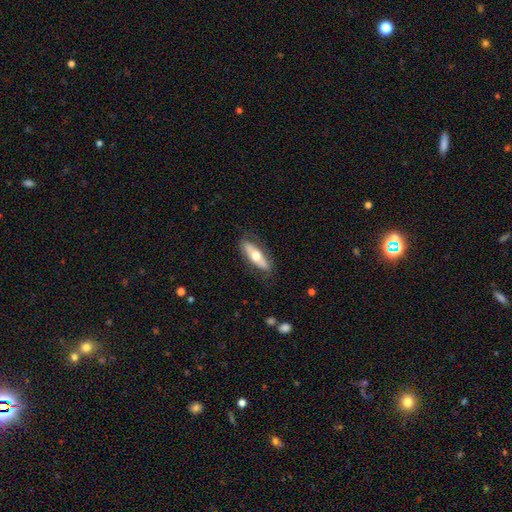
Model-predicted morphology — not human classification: A smooth galaxy with no disk features (52%) that is in between round and cigar-shaped (54%).

Vote fractions:
- Smooth or featured? smooth: 52% / featured or disk: 43% / star or artifact: 5%
- How rounded? in between: 54% / cigar-shaped: 44% / round: 2%
- Merging? none: 78% / minor disturbance: 15% / major disturbance: 5% / merger: 1%